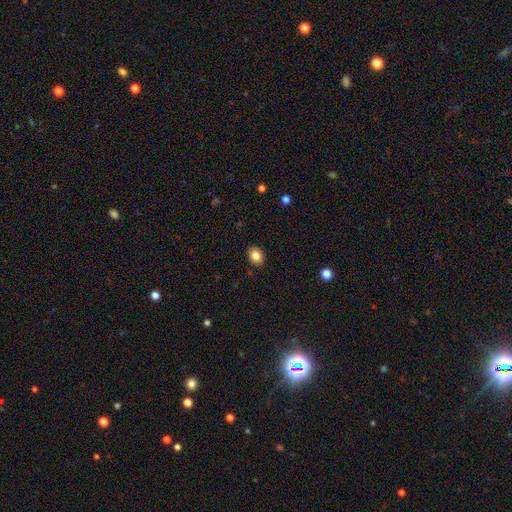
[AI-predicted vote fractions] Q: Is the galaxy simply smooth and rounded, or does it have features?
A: smooth — 83%.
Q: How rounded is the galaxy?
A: round — 51%.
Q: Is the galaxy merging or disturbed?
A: none — 89%.